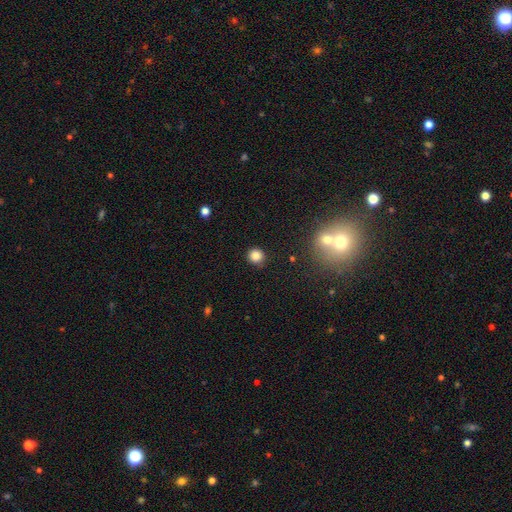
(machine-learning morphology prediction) This appears to be a smooth galaxy with no disk features (84%) that is round (93%). Merging: none (89%).